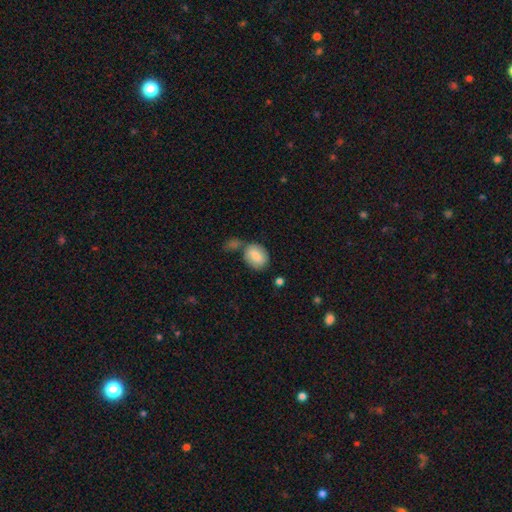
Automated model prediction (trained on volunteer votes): Smooth or featured? smooth (81%)
How rounded? in between (63%)
Merging? none (49%)